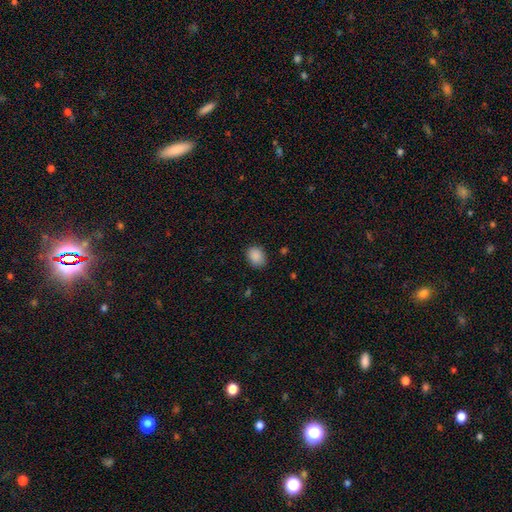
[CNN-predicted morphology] This is clearly a smooth galaxy (88%). How rounded: possibly in between (55%). Merging: clearly none (82%).